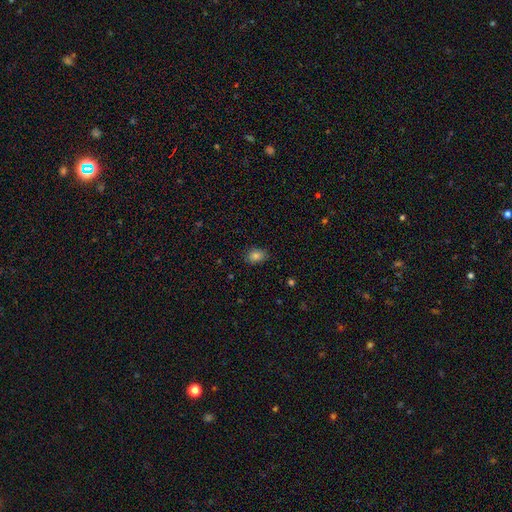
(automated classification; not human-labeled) Smooth or featured? smooth (82%)
How rounded? in between (72%)
Merging? none (84%)